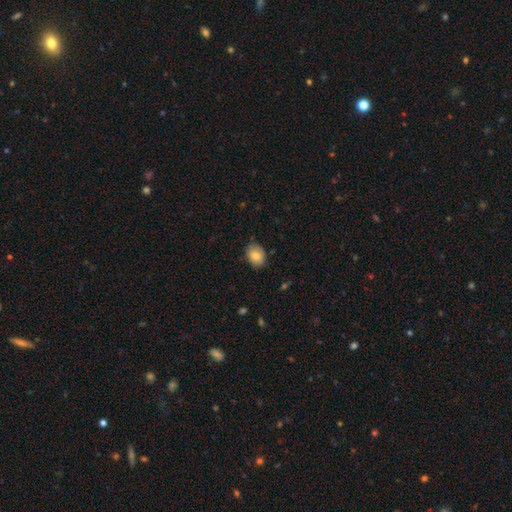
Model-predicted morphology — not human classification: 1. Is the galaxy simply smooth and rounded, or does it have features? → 81% smooth, 12% featured or disk, 8% star or artifact.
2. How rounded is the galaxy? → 68% in between, 31% round, 1% cigar-shaped.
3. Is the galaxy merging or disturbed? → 77% none, 19% minor disturbance, 3% major disturbance, 1% merger.